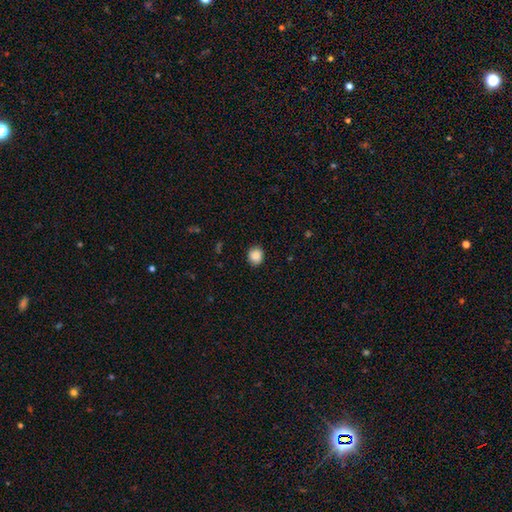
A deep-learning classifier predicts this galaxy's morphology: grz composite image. It shows a smooth galaxy with no disk features (88%) that is round (73%). Merging: none (88%).